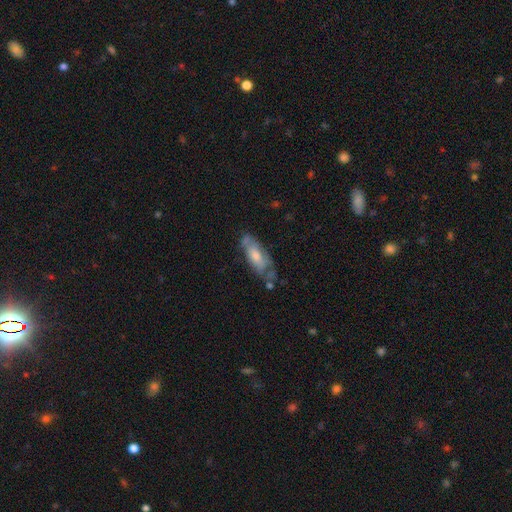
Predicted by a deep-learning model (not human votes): Smooth or featured: smooth — 53% (featured or disk — 41%)
How rounded: in between — 71% (cigar-shaped — 27%)
Merging: none — 45% (minor disturbance — 31%)